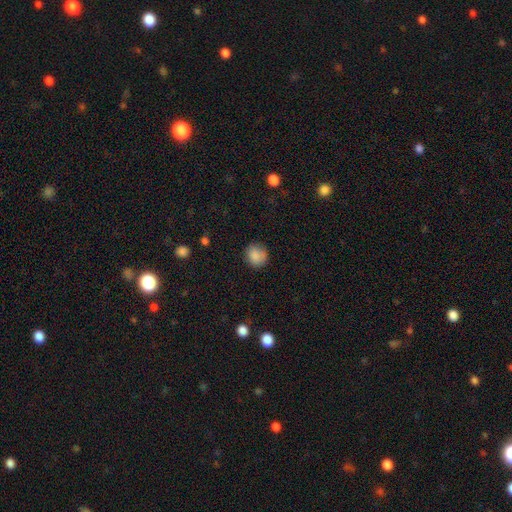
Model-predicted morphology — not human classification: The model was most divided on "merging": none: 81%, minor disturbance: 15%, major disturbance: 3%, merger: 1%. More confident: how rounded — round (87%); smooth or featured — smooth (87%).